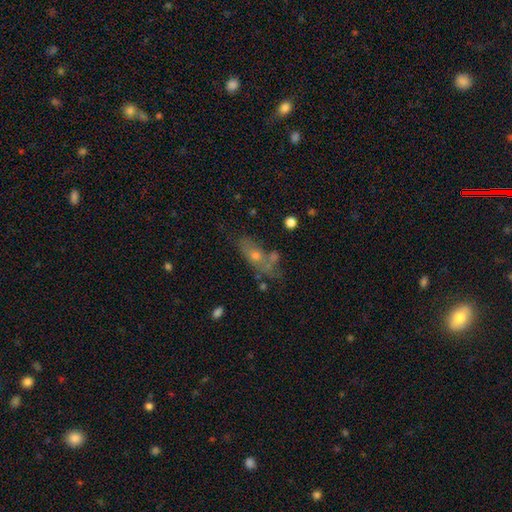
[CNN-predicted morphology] Smooth or featured?
  - smooth: 45% *
  - featured or disk: 39%
  - star or artifact: 16%
Merging?
  - none: 46% *
  - minor disturbance: 22%
  - merger: 18%
  - major disturbance: 14%